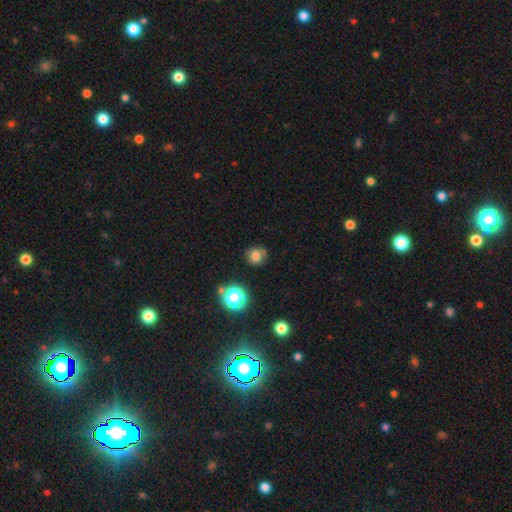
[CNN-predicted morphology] smooth 75%, star or artifact 16%, featured or disk 9%. Down the decision tree: how rounded — round (81%); merging — none (74%).